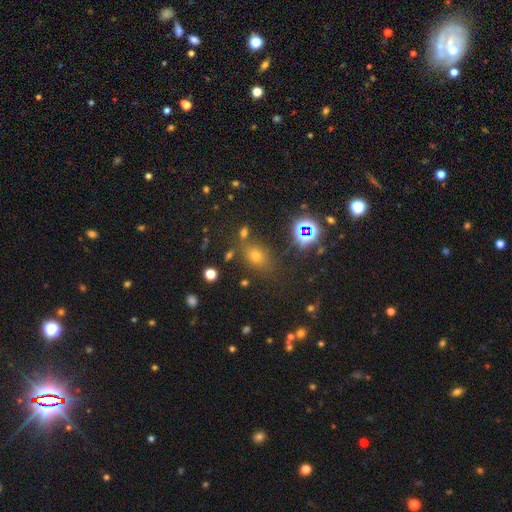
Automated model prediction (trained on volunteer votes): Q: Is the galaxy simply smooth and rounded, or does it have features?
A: smooth — 59%.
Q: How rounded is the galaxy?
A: in between — 58%.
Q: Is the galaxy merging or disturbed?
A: none — 75%.